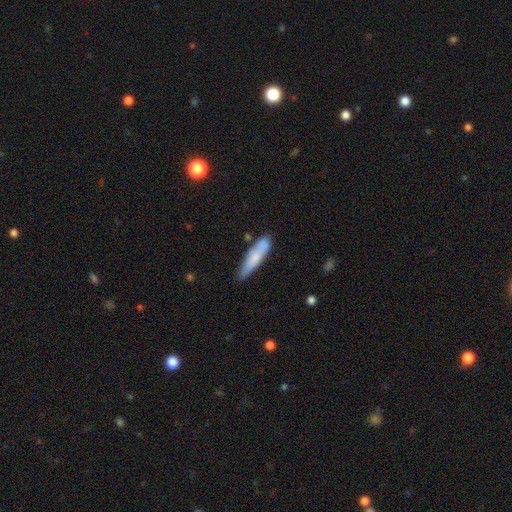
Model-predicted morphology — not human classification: The model was most divided on "merging": none: 66%, minor disturbance: 24%, merger: 5%, major disturbance: 4%. More confident: how rounded — cigar-shaped (77%); smooth or featured — smooth (72%).